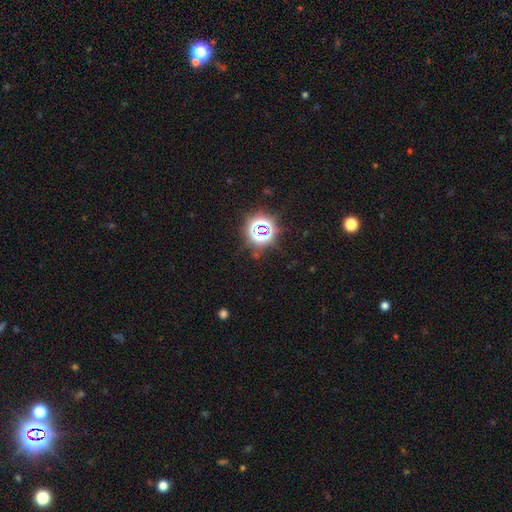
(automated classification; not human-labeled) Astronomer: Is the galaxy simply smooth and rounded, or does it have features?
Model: star or artifact — 78%.